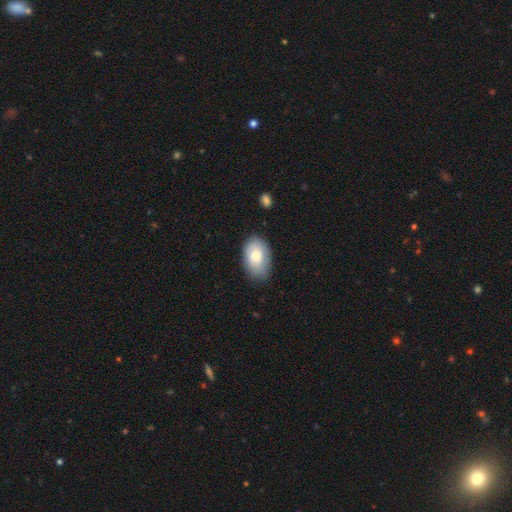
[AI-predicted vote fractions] smooth 78%, featured or disk 16%, star or artifact 6%. Down the decision tree: how rounded — in between (92%); merging — none (76%).